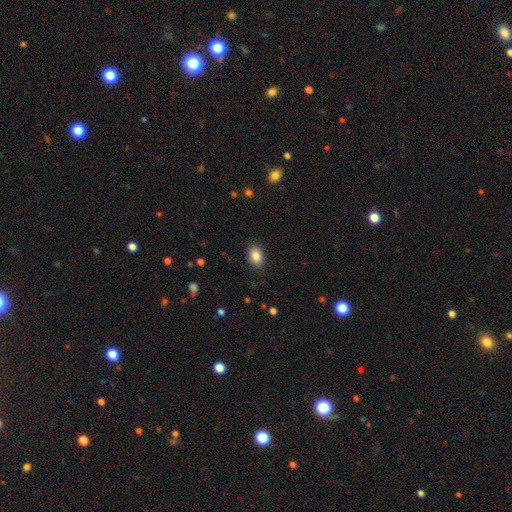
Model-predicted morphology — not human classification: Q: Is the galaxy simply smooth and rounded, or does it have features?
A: smooth — 86%.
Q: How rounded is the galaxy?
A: in between — 82%.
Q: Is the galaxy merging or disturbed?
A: none — 86%.